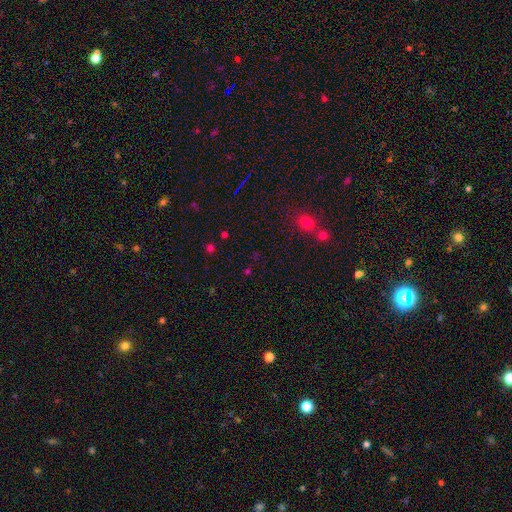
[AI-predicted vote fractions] star or artifact 54%, smooth 39%, featured or disk 8%.